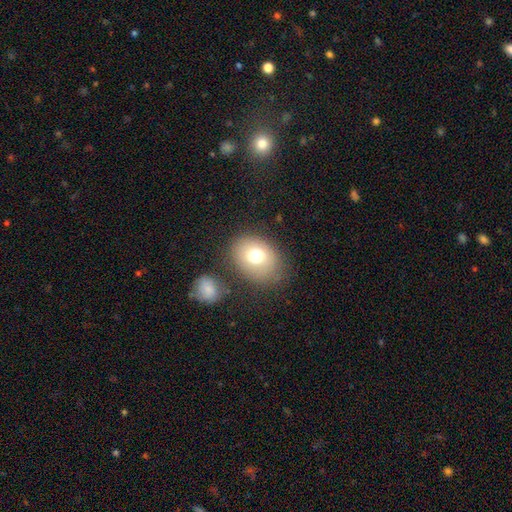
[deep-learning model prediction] smooth 74%, featured or disk 16%, star or artifact 11%. Down the decision tree: how rounded — in between (55%); merging — none (71%).